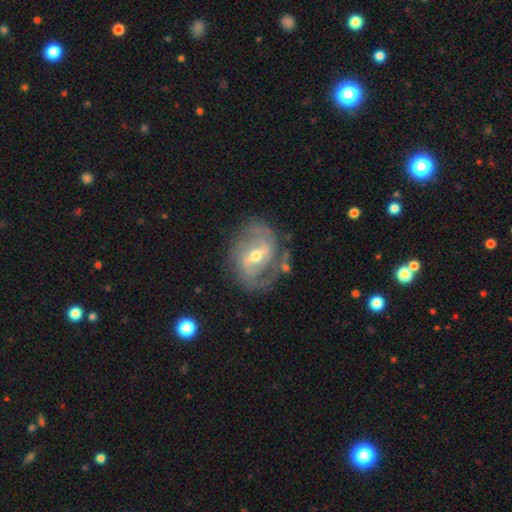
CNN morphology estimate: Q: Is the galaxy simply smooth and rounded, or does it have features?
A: featured or disk — 86%.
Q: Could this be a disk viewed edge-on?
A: no — 97%.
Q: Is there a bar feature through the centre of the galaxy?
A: weak — 48%.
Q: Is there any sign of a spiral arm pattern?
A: yes — 92%.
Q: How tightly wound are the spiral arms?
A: medium — 47%.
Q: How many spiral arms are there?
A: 2 — 72%.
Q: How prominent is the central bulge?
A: moderate — 64%.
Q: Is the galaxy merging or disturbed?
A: none — 68%.